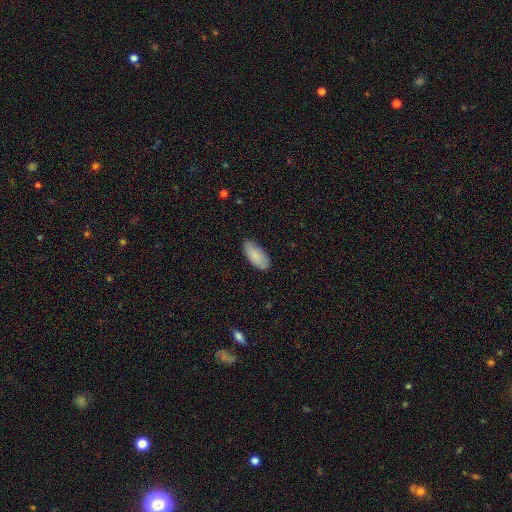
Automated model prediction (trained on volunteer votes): Smooth or featured? Predicted: smooth (p=0.85). How rounded? Predicted: in between (p=0.90). Merging? Predicted: none (p=0.81).